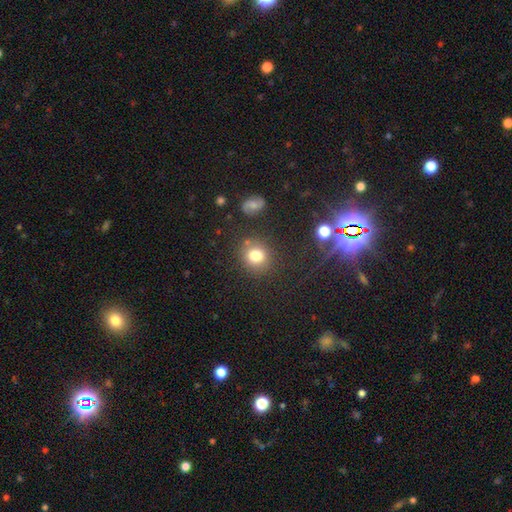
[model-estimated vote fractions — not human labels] smooth_or_featured: smooth (p=0.79) [alt: star or artifact p=0.13]
how_rounded: round (p=0.82) [alt: in between p=0.17]
merging: none (p=0.79) [alt: minor disturbance p=0.11]